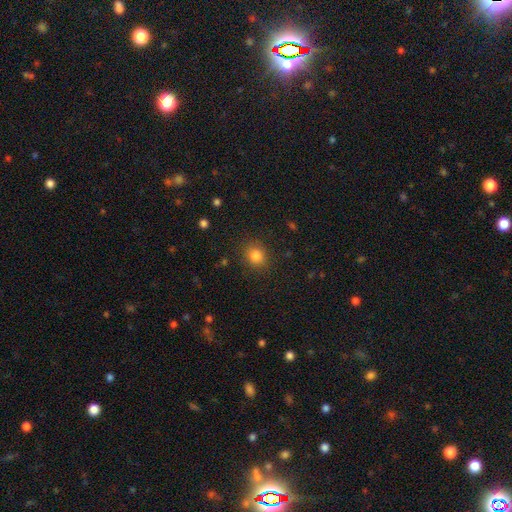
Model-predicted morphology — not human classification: Smooth or featured?
  - smooth: 83% *
  - star or artifact: 12%
  - featured or disk: 5%
How rounded?
  - round: 73% *
  - in between: 26%
  - cigar-shaped: 1%
Merging?
  - none: 87% *
  - minor disturbance: 9%
  - major disturbance: 3%
  - merger: 1%